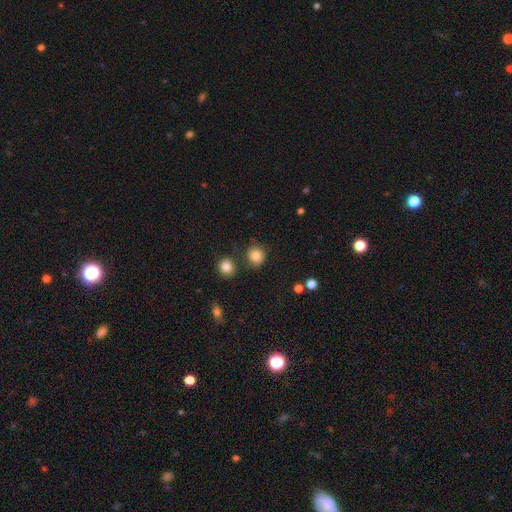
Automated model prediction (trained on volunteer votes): The model was most divided on "merging": none: 80%, minor disturbance: 10%, merger: 7%, major disturbance: 3%. More confident: how rounded — round (87%); smooth or featured — smooth (85%).